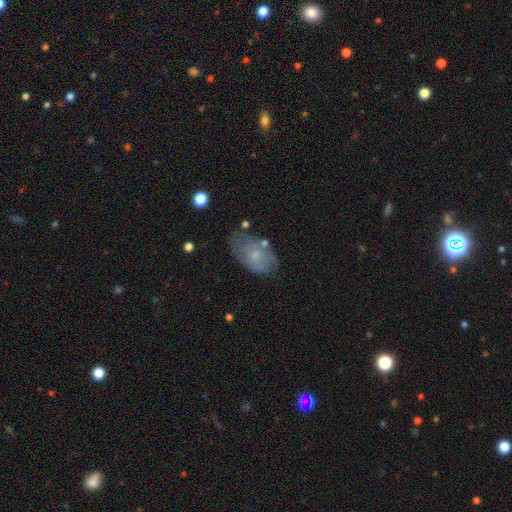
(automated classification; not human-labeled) A smooth galaxy with no disk features (47%).

Vote fractions:
- Smooth or featured? smooth: 47% / featured or disk: 45% / star or artifact: 8%
- Merging? none: 57% / minor disturbance: 27% / major disturbance: 11% / merger: 5%